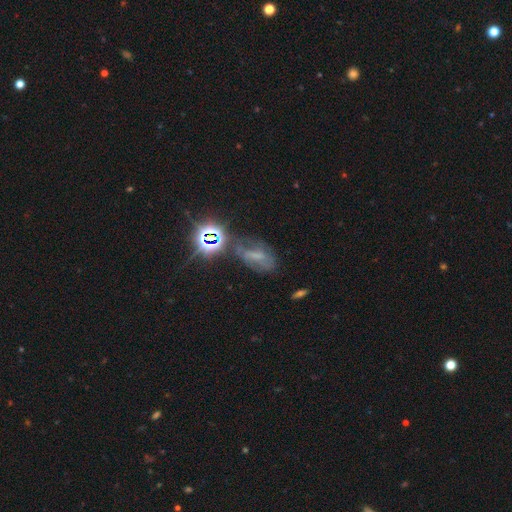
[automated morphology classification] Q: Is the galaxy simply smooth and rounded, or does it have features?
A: star or artifact — 39%.